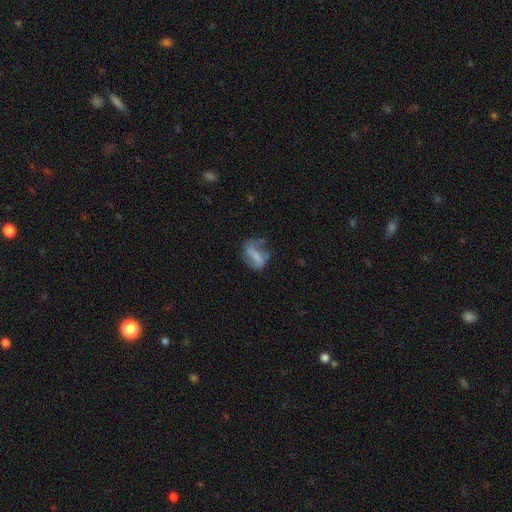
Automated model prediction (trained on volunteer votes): Morphology: type=smooth (49%); merging=none (47%).